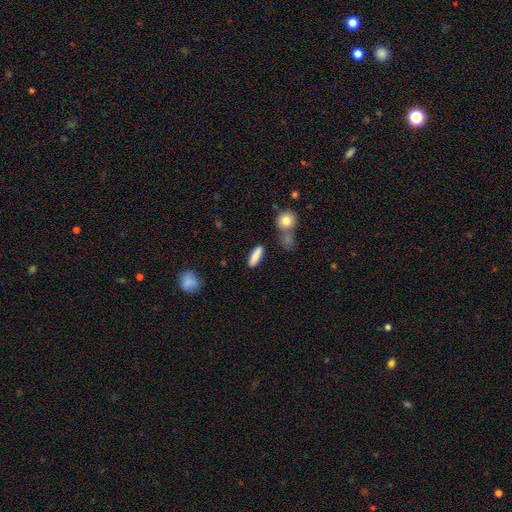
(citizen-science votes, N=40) smooth 85%, featured or disk 12%, star or artifact 2%. Down the decision tree: how rounded — in between (50%, tied with cigar-shaped); merging — none (77%).